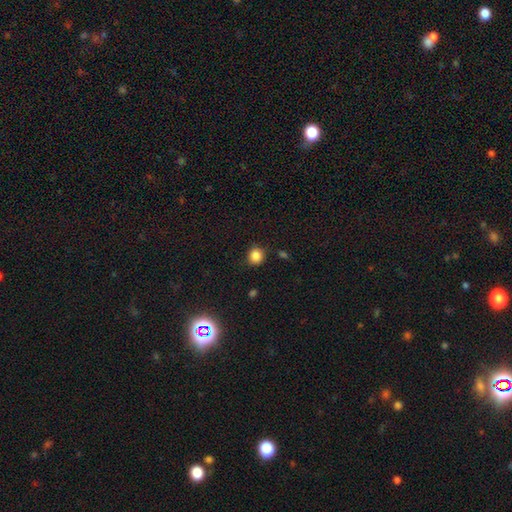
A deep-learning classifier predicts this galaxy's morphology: Smooth or featured? smooth (84%)
How rounded? round (85%)
Merging? none (85%)